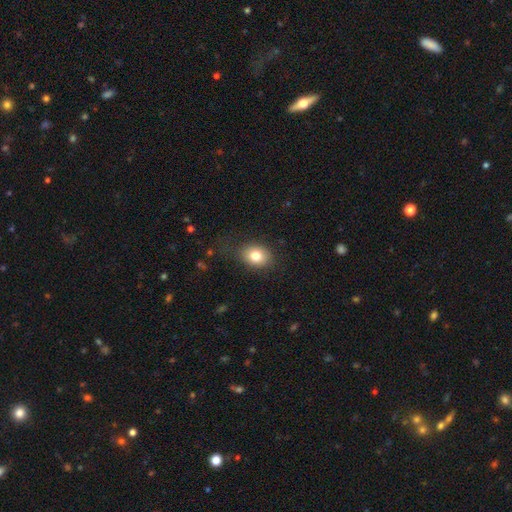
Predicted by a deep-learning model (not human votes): The model was most divided on "how rounded": in between: 57%, round: 42%, cigar-shaped: 1%. More confident: smooth or featured — smooth (81%); merging — none (76%).